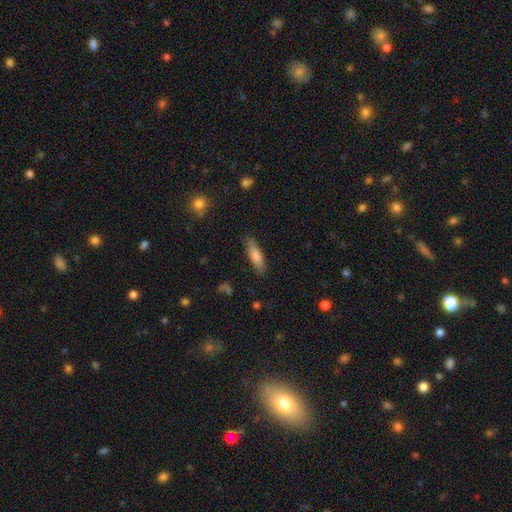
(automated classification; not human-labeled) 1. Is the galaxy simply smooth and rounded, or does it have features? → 72% smooth, 21% featured or disk, 7% star or artifact.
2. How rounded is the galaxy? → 66% cigar-shaped, 33% in between, 2% round.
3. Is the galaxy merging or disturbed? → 85% none, 11% minor disturbance, 3% major disturbance, 1% merger.